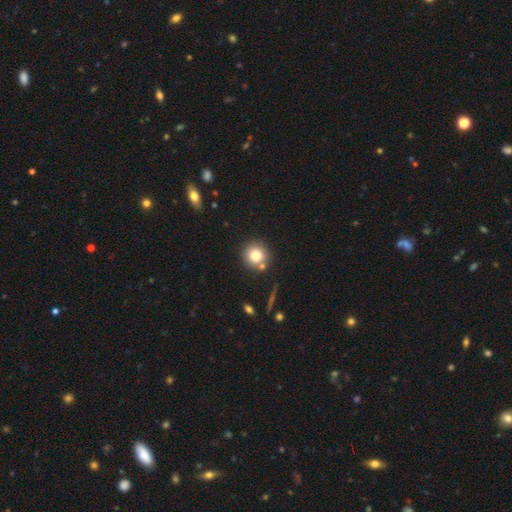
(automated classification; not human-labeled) Q: Smooth or featured?
A: smooth (76%); runner-up: featured or disk (12%)
Q: How rounded?
A: round (92%); runner-up: in between (7%)
Q: Merging?
A: none (77%); runner-up: merger (12%)